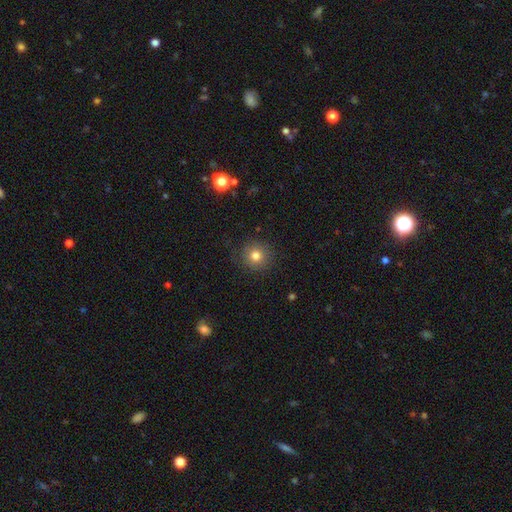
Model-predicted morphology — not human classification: This appears to be a smooth galaxy with no disk features (80%) that is round (93%). Merging: none (88%).